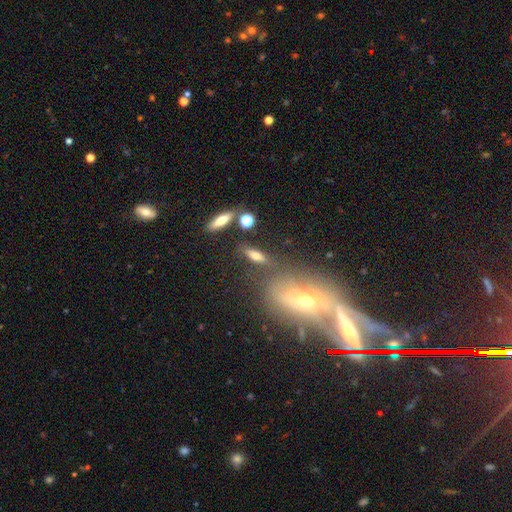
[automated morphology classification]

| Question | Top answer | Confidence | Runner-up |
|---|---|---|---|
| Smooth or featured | smooth | 63% | featured or disk (25%) |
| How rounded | in between | 48% | cigar-shaped (45%) |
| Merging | none | 67% | minor disturbance (15%) |